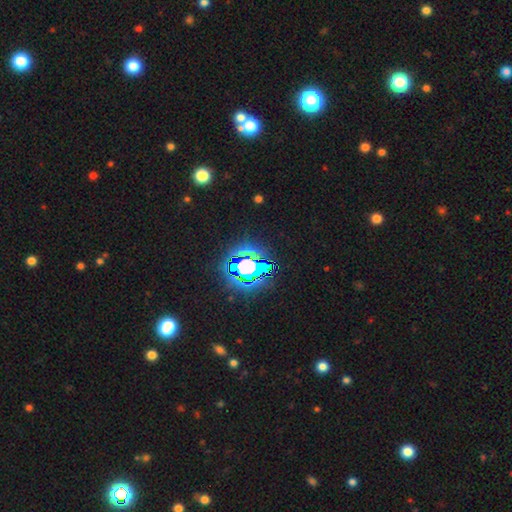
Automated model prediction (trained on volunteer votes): Smooth or featured? star or artifact (78%)